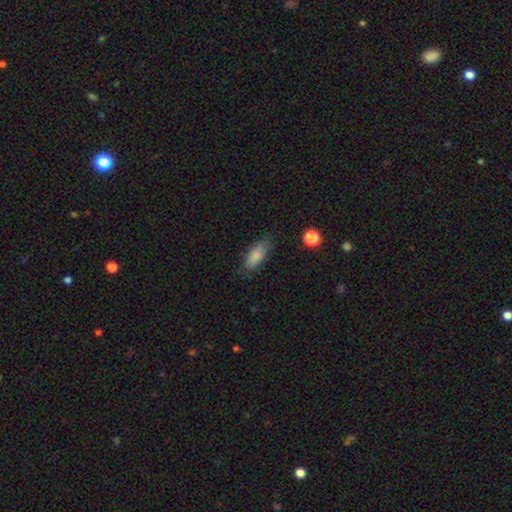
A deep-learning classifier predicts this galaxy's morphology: Smooth or featured? smooth (83%)
How rounded? in between (77%)
Merging? none (74%)